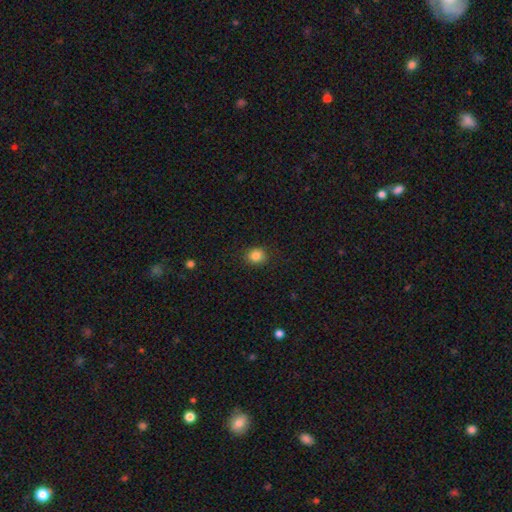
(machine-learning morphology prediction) Overall: smooth (84%). How rounded: round (73%). Merging: none (86%).